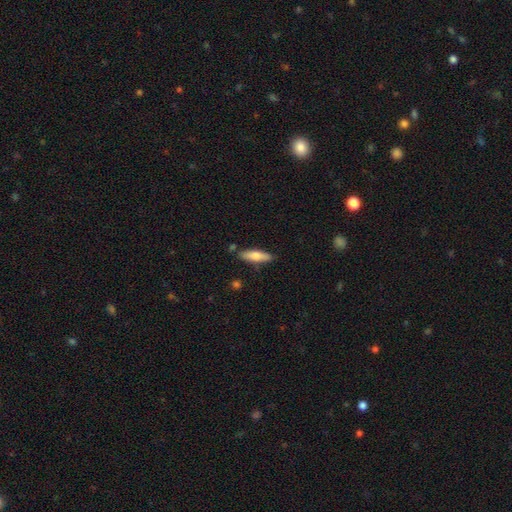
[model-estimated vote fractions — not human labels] Q: Smooth or featured?
A: smooth (69%); runner-up: featured or disk (25%)
Q: How rounded?
A: cigar-shaped (54%); runner-up: in between (44%)
Q: Merging?
A: none (81%); runner-up: minor disturbance (13%)